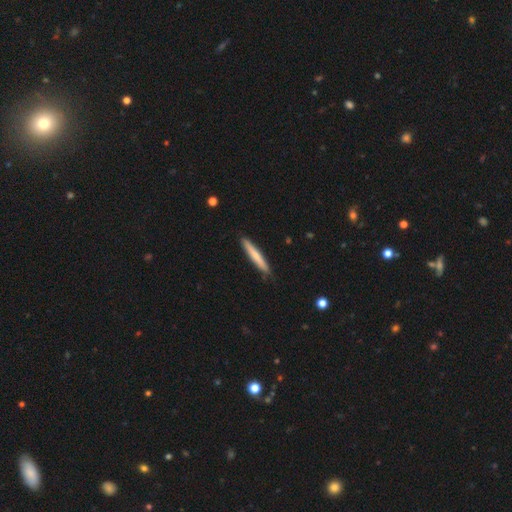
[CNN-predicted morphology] Smooth or featured? smooth (68%)
How rounded? cigar-shaped (95%)
Merging? none (89%)